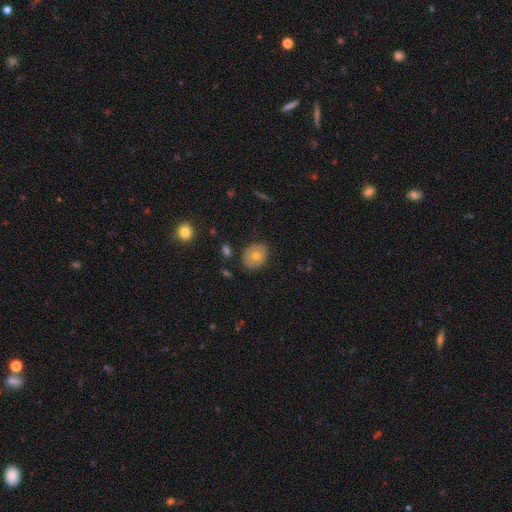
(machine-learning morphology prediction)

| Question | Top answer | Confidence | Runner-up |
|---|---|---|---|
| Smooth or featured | smooth | 62% | featured or disk (29%) |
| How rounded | in between | 50% | round (49%) |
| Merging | none | 83% | minor disturbance (12%) |